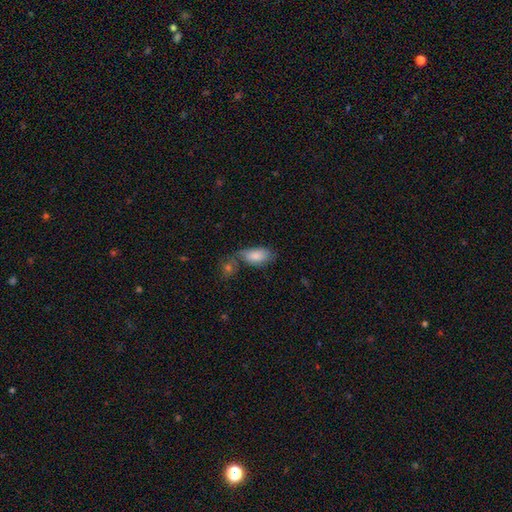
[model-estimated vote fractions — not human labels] Q: Smooth or featured?
A: smooth (82%); runner-up: featured or disk (12%)
Q: How rounded?
A: in between (93%); runner-up: cigar-shaped (4%)
Q: Merging?
A: none (41%); runner-up: merger (25%)